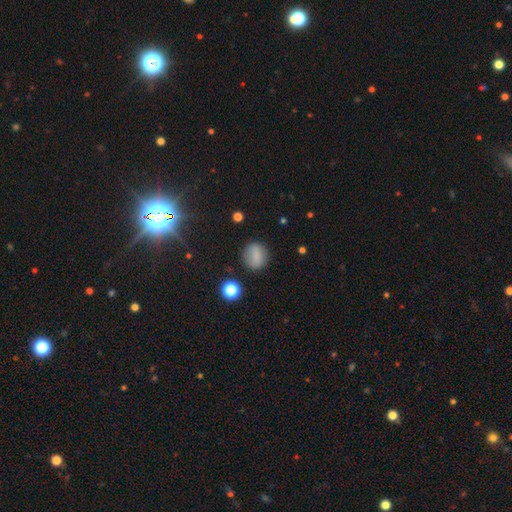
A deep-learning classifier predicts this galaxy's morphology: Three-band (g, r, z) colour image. It shows a smooth galaxy with no disk features (79%) that is round (77%). Merging: none (82%).